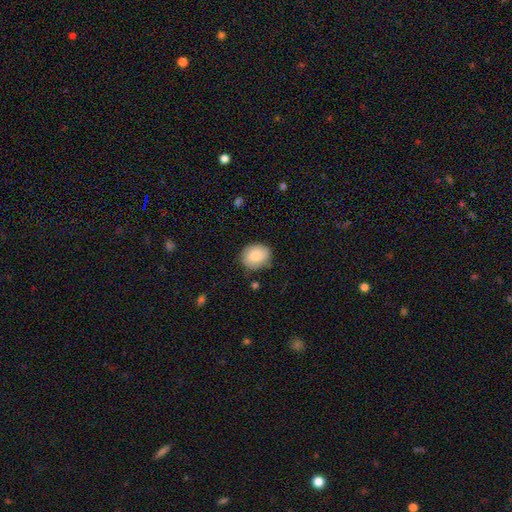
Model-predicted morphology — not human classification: smooth 83%, featured or disk 10%, star or artifact 7%. Down the decision tree: how rounded — round (60%); merging — none (80%).